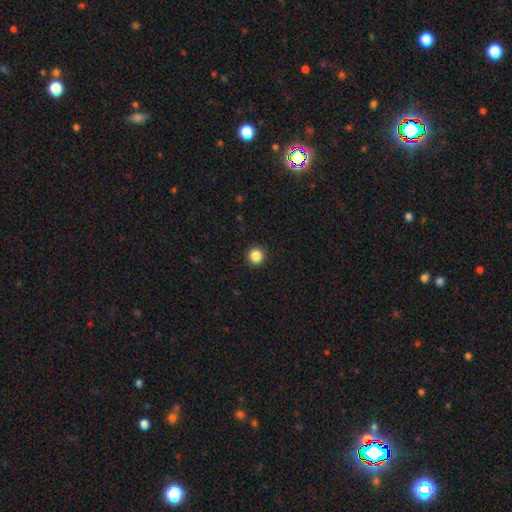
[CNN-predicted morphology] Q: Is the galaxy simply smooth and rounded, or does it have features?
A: smooth — 86%.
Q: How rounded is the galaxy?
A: round — 95%.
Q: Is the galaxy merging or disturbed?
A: none — 93%.